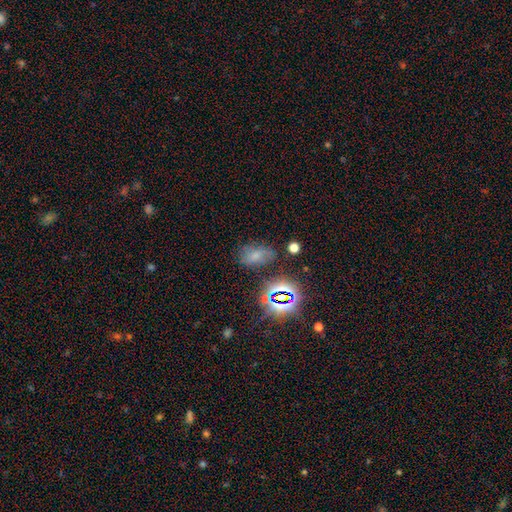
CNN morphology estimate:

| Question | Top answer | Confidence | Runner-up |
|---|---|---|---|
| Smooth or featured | smooth | 53% | star or artifact (29%) |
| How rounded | in between | 86% | round (12%) |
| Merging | none | 62% | minor disturbance (23%) |